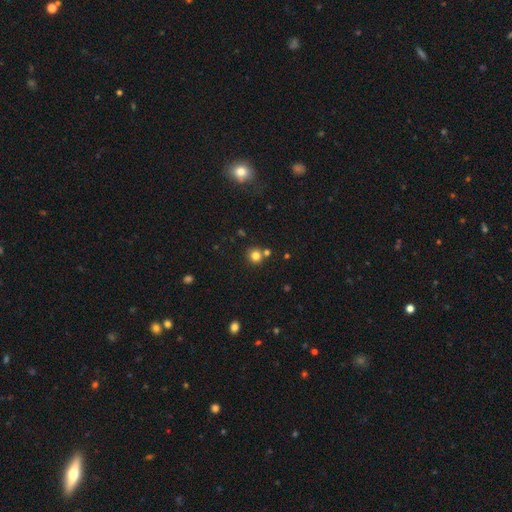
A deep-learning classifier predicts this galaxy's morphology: This appears to be a smooth galaxy with no disk features (79%) that is round (91%). Merging: none (72%).